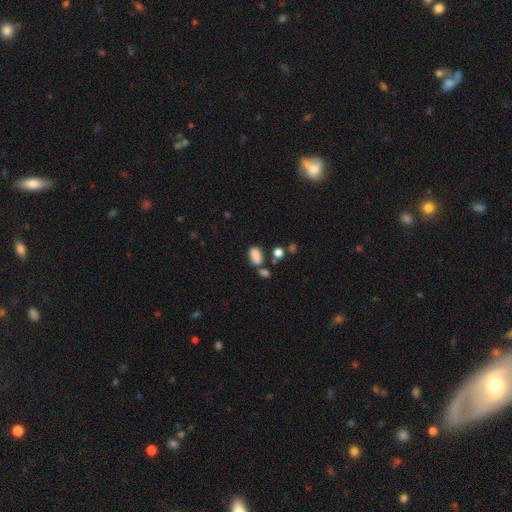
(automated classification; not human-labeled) Smooth or featured?
  - smooth: 83% *
  - star or artifact: 11%
  - featured or disk: 6%
How rounded?
  - in between: 88% *
  - round: 10%
  - cigar-shaped: 3%
Merging?
  - none: 57% *
  - merger: 20%
  - minor disturbance: 17%
  - major disturbance: 6%